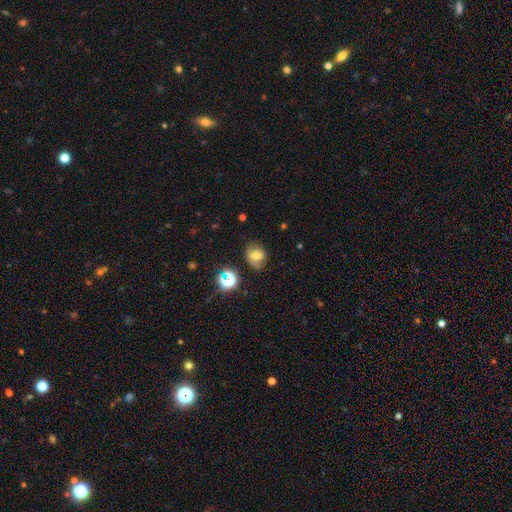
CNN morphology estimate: A smooth galaxy with no disk features (58%) that is round (50%).

Vote fractions:
- Smooth or featured? smooth: 58% / featured or disk: 25% / star or artifact: 17%
- How rounded? round: 50% / in between: 49% / cigar-shaped: 1%
- Merging? none: 69% / minor disturbance: 21% / major disturbance: 7% / merger: 3%